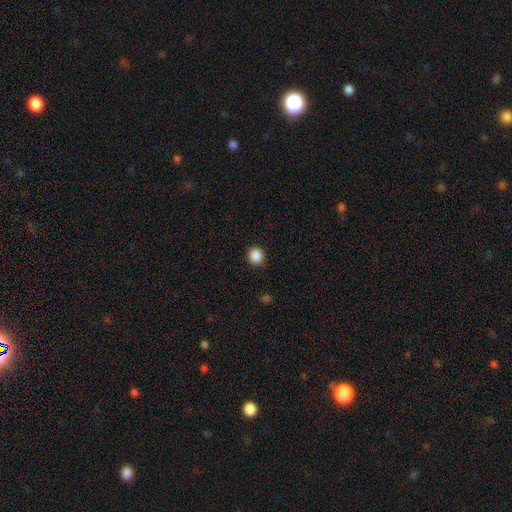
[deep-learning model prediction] Smooth or featured: smooth — 87% (star or artifact — 10%)
How rounded: round — 79% (in between — 20%)
Merging: none — 89% (minor disturbance — 8%)